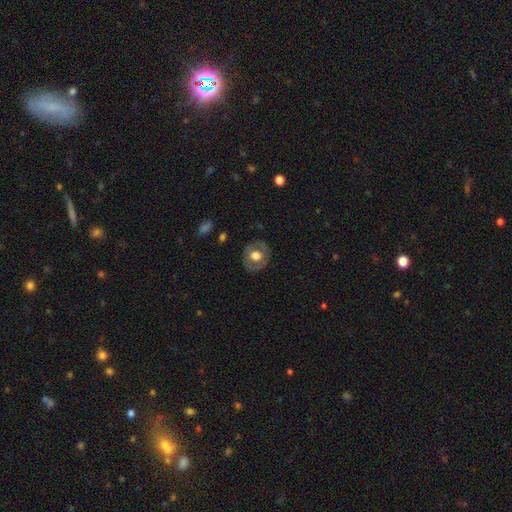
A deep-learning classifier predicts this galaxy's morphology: A smooth galaxy with no disk features (51%) that is round (76%).

Vote fractions:
- Smooth or featured? smooth: 51% / featured or disk: 42% / star or artifact: 7%
- How rounded? round: 76% / in between: 23% / cigar-shaped: 1%
- Merging? none: 81% / minor disturbance: 13% / major disturbance: 4% / merger: 1%